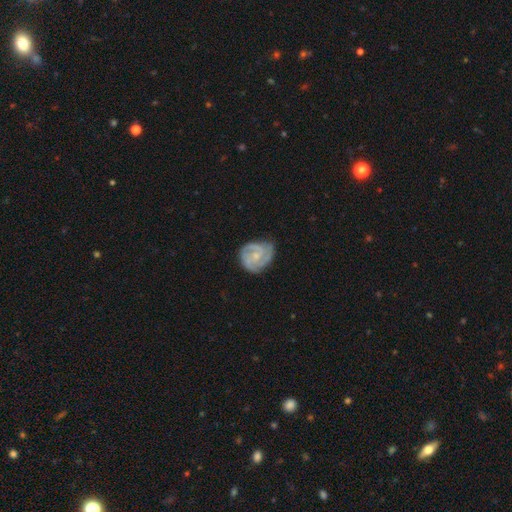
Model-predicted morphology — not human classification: Overall: featured or disk (81%). Edge-on disk: no (98%). Bar: no (65%; weak 30%). Spiral arms: yes (95%). Spiral arm count: 3 (42%; 2 31%). Spiral winding: tight (59%; medium 35%). Bulge size: small (62%; moderate 30%). Merging: none (67%).